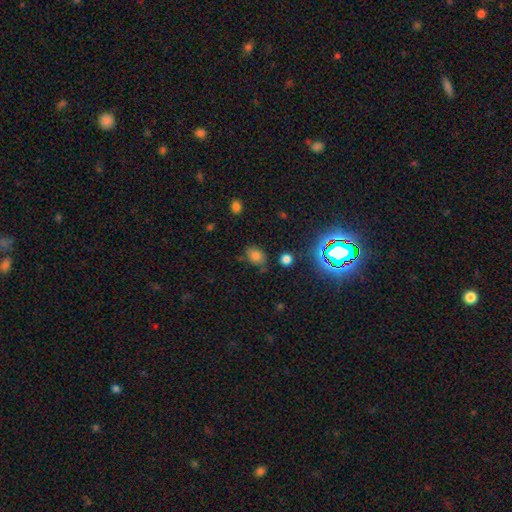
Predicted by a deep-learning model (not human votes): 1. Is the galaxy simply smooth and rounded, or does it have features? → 73% smooth, 20% star or artifact, 8% featured or disk.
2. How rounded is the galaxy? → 68% in between, 30% round, 1% cigar-shaped.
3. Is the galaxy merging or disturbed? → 72% none, 17% minor disturbance, 6% merger, 5% major disturbance.